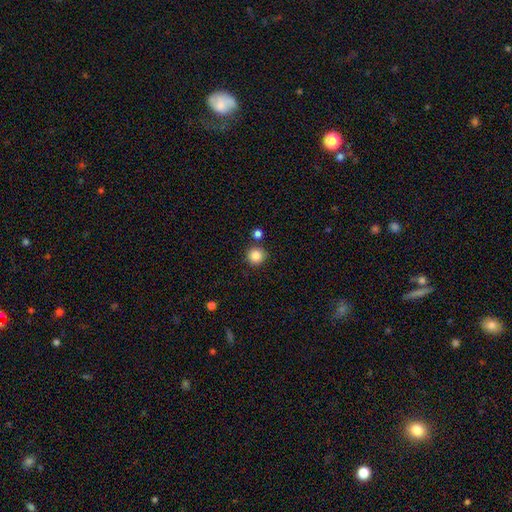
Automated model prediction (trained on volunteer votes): The model was most divided on "smooth or featured": smooth: 86%, star or artifact: 10%, featured or disk: 4%. More confident: how rounded — round (95%); merging — none (84%).